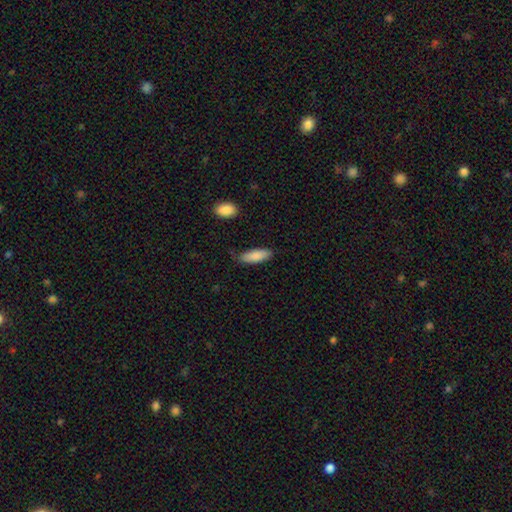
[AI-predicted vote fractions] The model was most divided on "how rounded": in between: 64%, cigar-shaped: 34%, round: 2%. More confident: smooth or featured — smooth (87%); merging — none (80%).